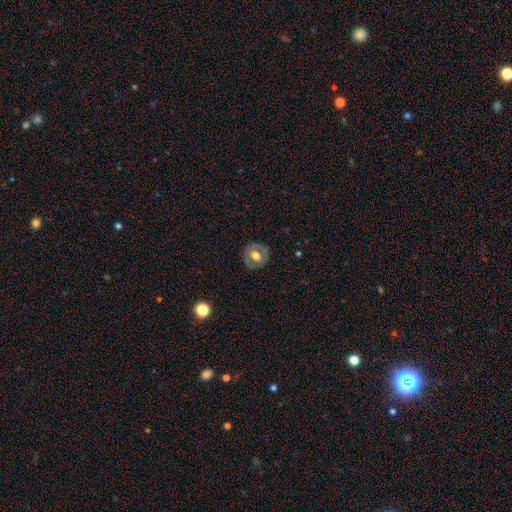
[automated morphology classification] smooth-or-featured: featured or disk: 47% | smooth: 46% | star or artifact: 7%
  merging: none: 83% | minor disturbance: 12% | major disturbance: 4% | merger: 1%